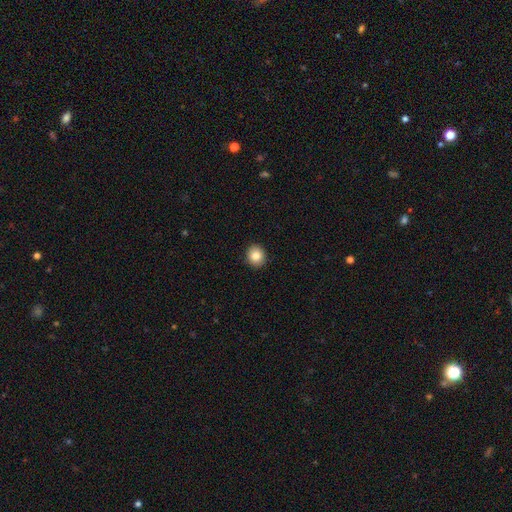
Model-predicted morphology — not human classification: Smooth or featured?
  - smooth: 84% *
  - star or artifact: 9%
  - featured or disk: 7%
How rounded?
  - round: 80% *
  - in between: 19%
  - cigar-shaped: 1%
Merging?
  - none: 92% *
  - minor disturbance: 6%
  - major disturbance: 2%
  - merger: 1%